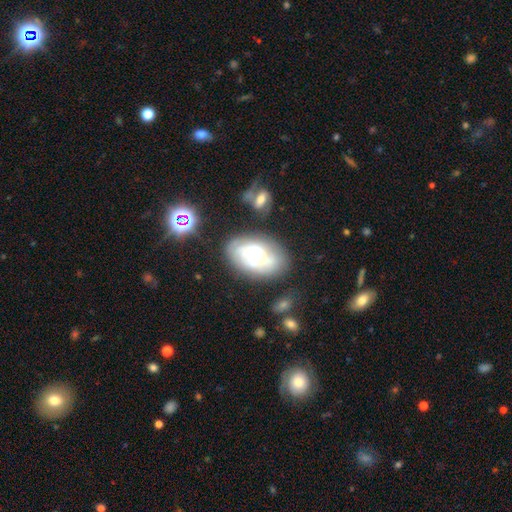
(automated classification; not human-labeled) Smooth or featured? Predicted: featured or disk (p=0.59). Edge-on disk? Predicted: no (p=0.95). Bar? Predicted: no (p=0.70). Spiral arms? Predicted: yes (p=0.80). Bulge size? Predicted: moderate (p=0.53). Merging? Predicted: none (p=0.67).